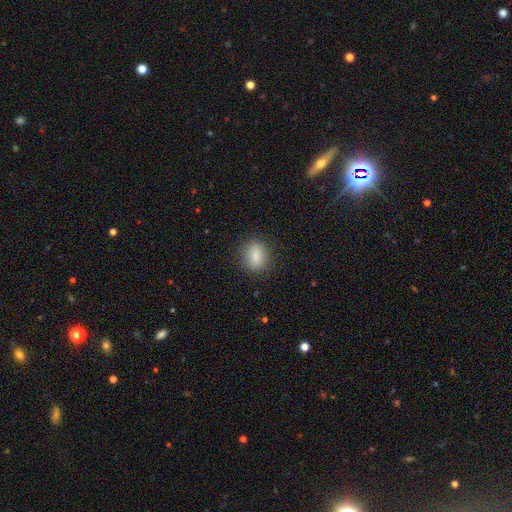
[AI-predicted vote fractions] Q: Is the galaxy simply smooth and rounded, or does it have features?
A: smooth — 85%.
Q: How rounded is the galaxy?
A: in between — 58%.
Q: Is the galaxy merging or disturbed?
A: none — 86%.